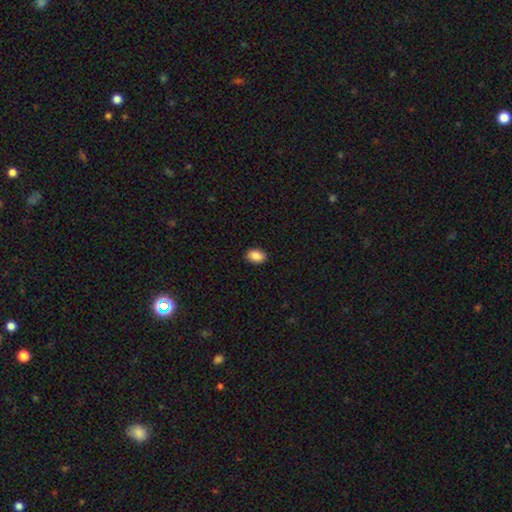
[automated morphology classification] This appears to be a smooth galaxy with no disk features (88%) that is in between round and cigar-shaped (81%). Merging: none (89%).